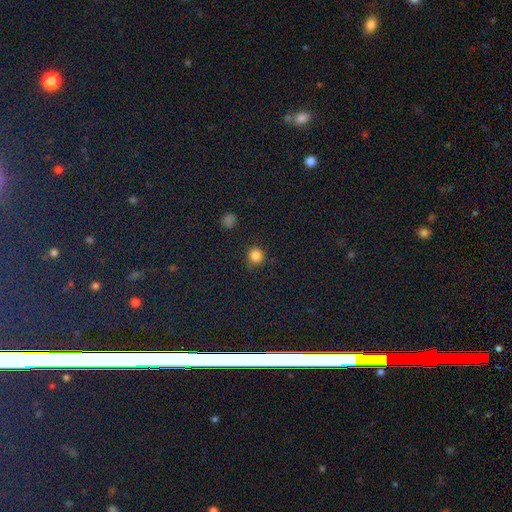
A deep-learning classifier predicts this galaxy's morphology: Smooth or featured? smooth (84%)
How rounded? round (94%)
Merging? none (89%)